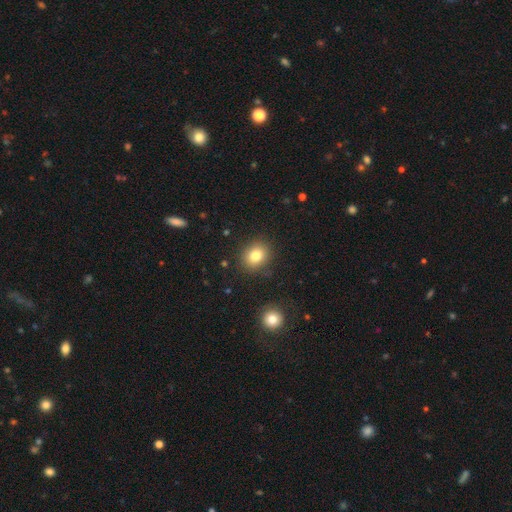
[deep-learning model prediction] A smooth galaxy with no disk features (81%) that is round (65%).

Vote fractions:
- Smooth or featured? smooth: 81% / star or artifact: 12% / featured or disk: 8%
- How rounded? round: 65% / in between: 34% / cigar-shaped: 1%
- Merging? none: 86% / minor disturbance: 9% / major disturbance: 3% / merger: 2%